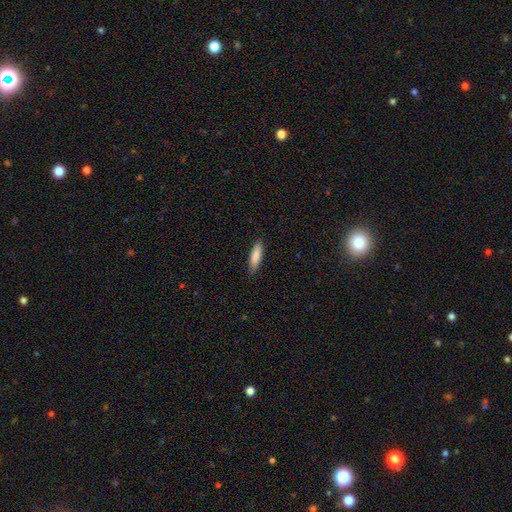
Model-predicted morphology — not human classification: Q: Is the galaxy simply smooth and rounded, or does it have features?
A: smooth — 86%.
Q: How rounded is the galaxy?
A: cigar-shaped — 68%.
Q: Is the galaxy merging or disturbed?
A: none — 87%.